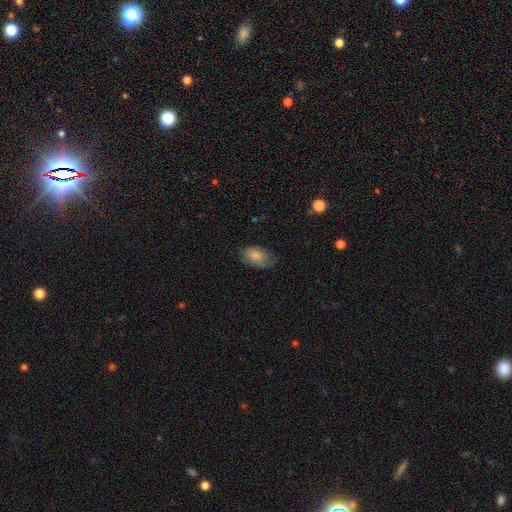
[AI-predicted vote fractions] Overall: smooth (82%). How rounded: in between (90%). Merging: none (59%; minor disturbance 31%).